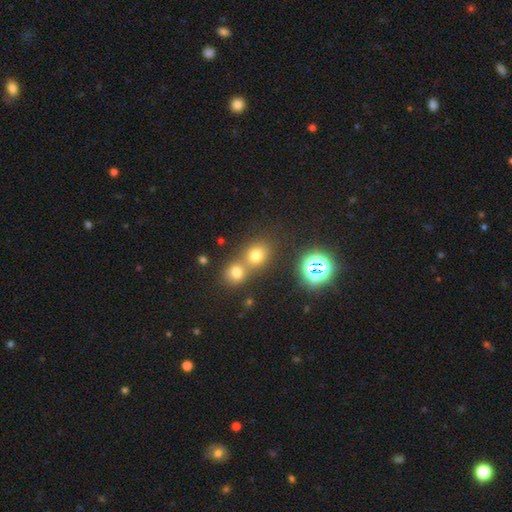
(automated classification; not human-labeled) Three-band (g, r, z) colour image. It shows a smooth galaxy with no disk features (67%) that is round (73%). Merging: none (46%).